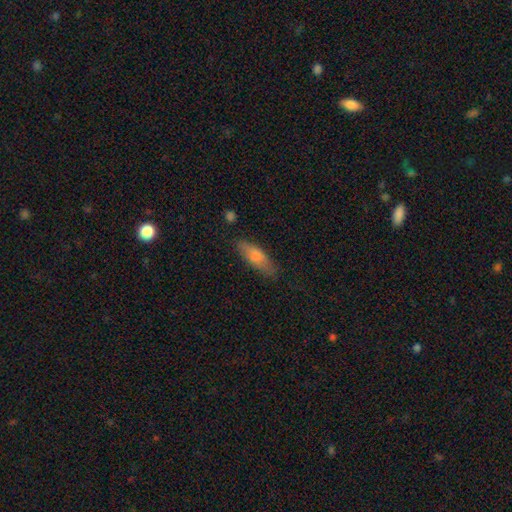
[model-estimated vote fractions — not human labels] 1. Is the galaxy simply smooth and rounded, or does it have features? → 69% smooth, 24% featured or disk, 7% star or artifact.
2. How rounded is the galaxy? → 49% in between, 48% cigar-shaped, 2% round.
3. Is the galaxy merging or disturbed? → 81% none, 14% minor disturbance, 3% major disturbance, 2% merger.